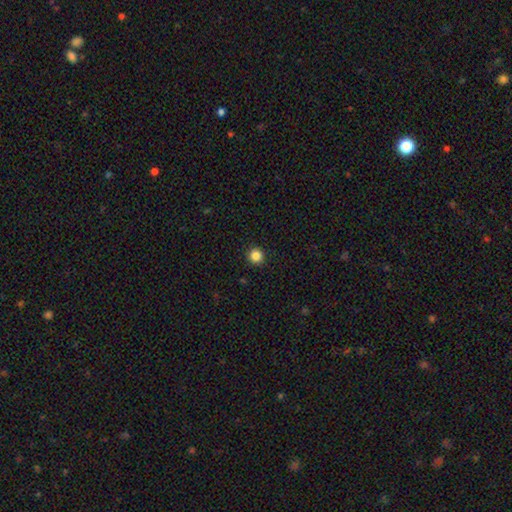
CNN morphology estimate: A smooth galaxy with no disk features (86%) that is round (95%). Merging: none (93%).